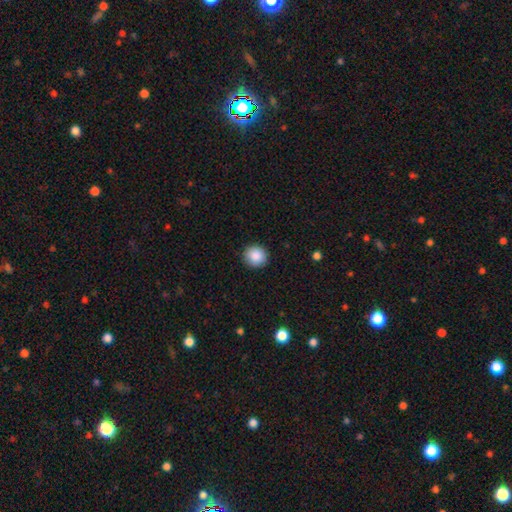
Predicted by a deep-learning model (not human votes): Q: Smooth or featured?
A: smooth (88%); runner-up: star or artifact (8%)
Q: How rounded?
A: round (92%); runner-up: in between (7%)
Q: Merging?
A: none (91%); runner-up: minor disturbance (6%)